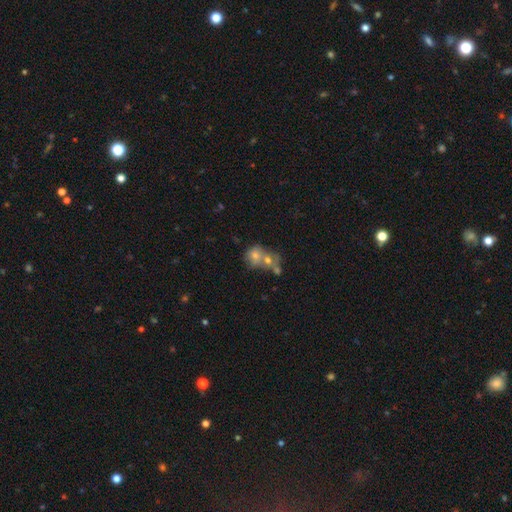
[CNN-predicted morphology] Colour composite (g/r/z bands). It shows a smooth galaxy with no disk features (57%) that is round (60%). Merging: merger (59%).